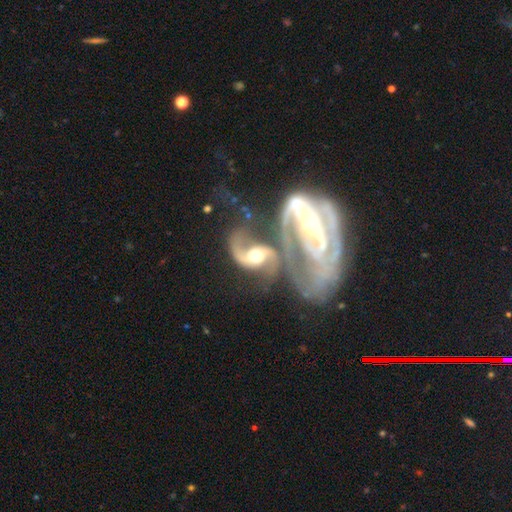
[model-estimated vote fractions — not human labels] A featured or disk galaxy (85%) with a weak bar (36%, tied with no), 2 (88%) loose (47%) spiral arms (95%) and a moderate central bulge (65%).

Vote fractions:
- Smooth or featured? featured or disk: 85% / smooth: 9% / star or artifact: 5%
- Edge-on disk? no: 96% / yes: 4%
- Bar? weak: 36% (tied) / no: 36% (tied) / strong: 28%
- Spiral arms? yes: 95% / no: 5%
- Spiral winding? loose: 47% / medium: 41% / tight: 11%
- Spiral arm count? 2: 88% / 1: 4% / can't tell: 4% / 3: 2% / 4: 1% / more than 4: 1%
- Bulge size? moderate: 65% / large: 21% / small: 10% / dominant: 2% / none: 2%
- Merging? merger: 62% / none: 19% / major disturbance: 10% / minor disturbance: 8%